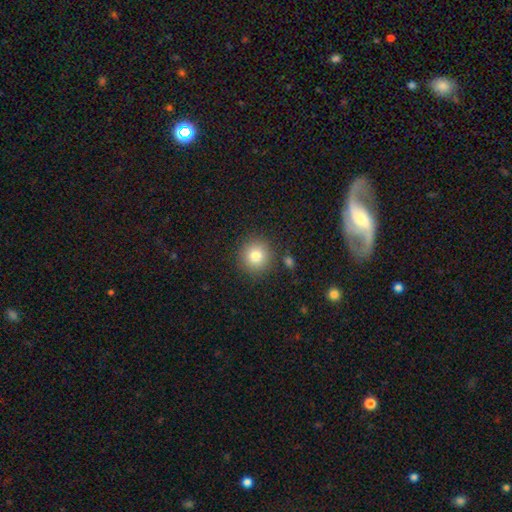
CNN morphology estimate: Smooth or featured?
  - smooth: 80% *
  - star or artifact: 11%
  - featured or disk: 9%
How rounded?
  - round: 93% *
  - in between: 6%
  - cigar-shaped: 1%
Merging?
  - none: 87% *
  - minor disturbance: 8%
  - merger: 3%
  - major disturbance: 3%